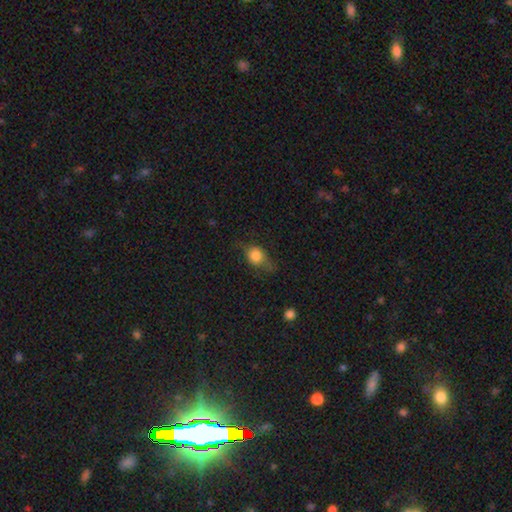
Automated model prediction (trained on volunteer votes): A smooth galaxy with no disk features (74%) that is round (53%). Merging: none (52%).